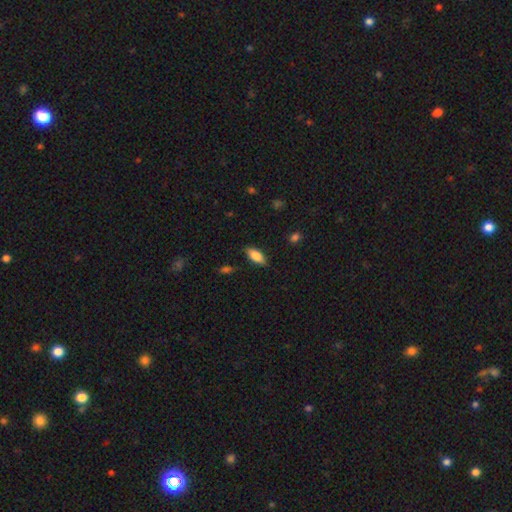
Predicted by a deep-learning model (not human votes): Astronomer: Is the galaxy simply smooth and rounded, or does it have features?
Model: smooth — 82%.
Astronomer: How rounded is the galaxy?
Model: in between — 83%.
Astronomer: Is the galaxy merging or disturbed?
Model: none — 85%.